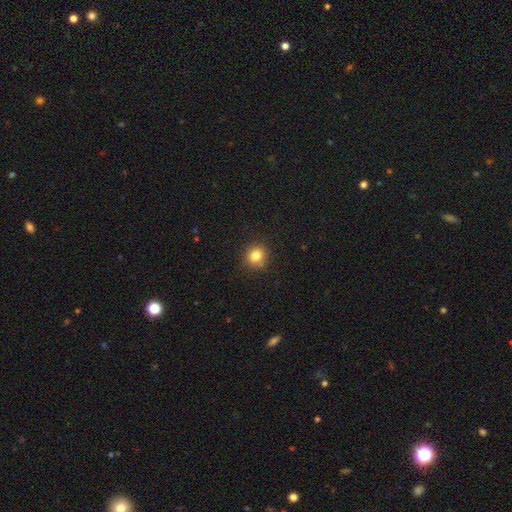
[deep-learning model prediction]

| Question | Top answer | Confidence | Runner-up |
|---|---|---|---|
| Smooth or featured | smooth | 80% | star or artifact (13%) |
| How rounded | round | 85% | in between (14%) |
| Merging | none | 84% | minor disturbance (11%) |